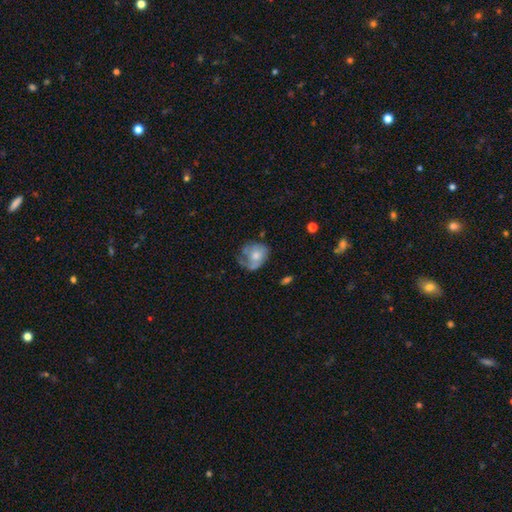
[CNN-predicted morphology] smooth_or_featured: featured or disk (p=0.46) [tied with: smooth p=0.46]
merging: none (p=0.41) [alt: minor disturbance p=0.29]